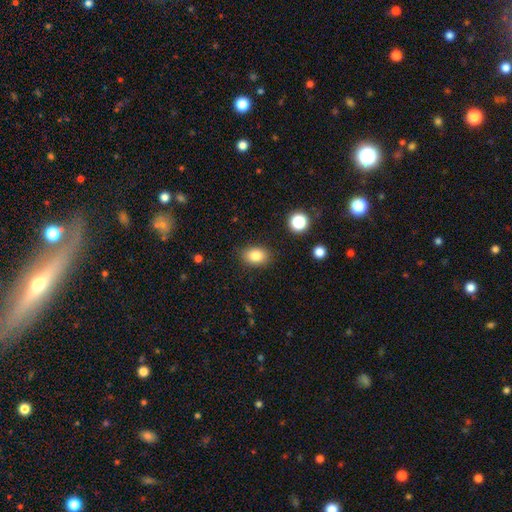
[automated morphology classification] Smooth or featured? Predicted: smooth (p=0.83). How rounded? Predicted: in between (p=0.75). Merging? Predicted: none (p=0.85).